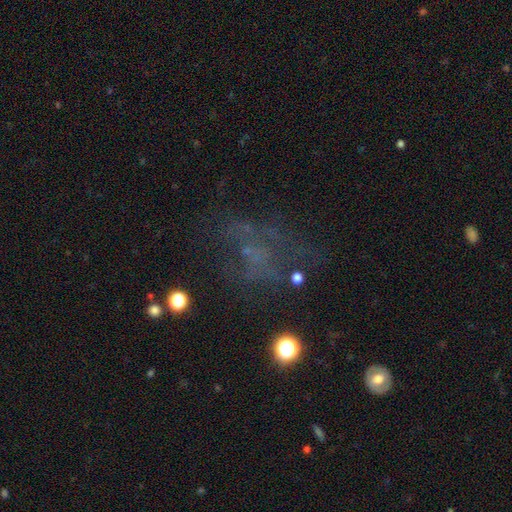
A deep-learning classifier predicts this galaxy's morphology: Smooth or featured?
  - featured or disk: 39% *
  - star or artifact: 36%
  - smooth: 25%
Merging?
  - none: 46% *
  - major disturbance: 31%
  - minor disturbance: 18%
  - merger: 5%